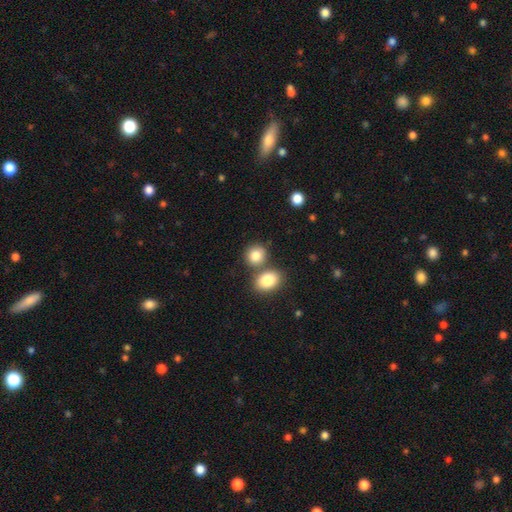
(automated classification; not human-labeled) Smooth or featured? smooth (83%)
How rounded? round (70%)
Merging? none (58%)